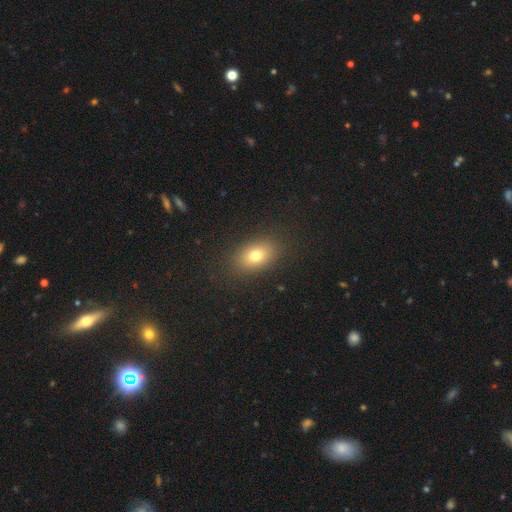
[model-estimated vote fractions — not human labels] Smooth or featured? smooth (76%)
How rounded? in between (79%)
Merging? none (87%)